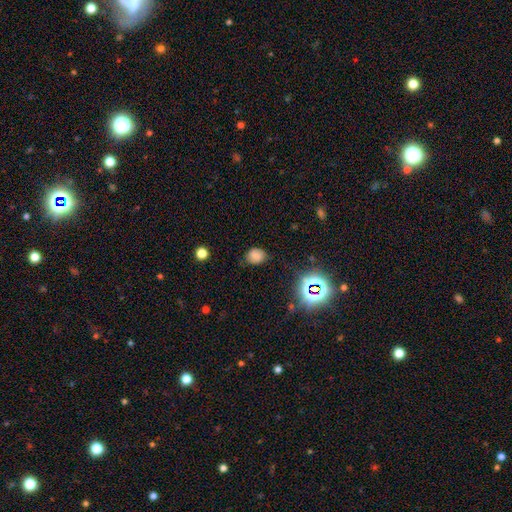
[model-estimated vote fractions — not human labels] Smooth or featured: smooth — 69% (star or artifact — 20%)
How rounded: round — 54% (in between — 45%)
Merging: none — 74% (minor disturbance — 20%)